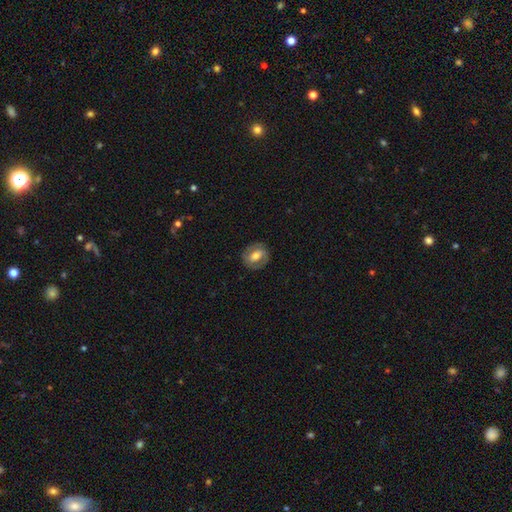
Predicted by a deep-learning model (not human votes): smooth-or-featured: featured or disk: 55% | smooth: 39% | star or artifact: 7%
  disk-edge-on: no: 95% | yes: 5%
    bar: weak: 41% | strong: 31% | no: 28%
    has-spiral-arms: yes: 66% | no: 34%
    bulge-size: moderate: 64% | small: 18% | large: 15% | none: 2% | dominant: 2%
  merging: none: 82% | minor disturbance: 12% | major disturbance: 5% | merger: 1%